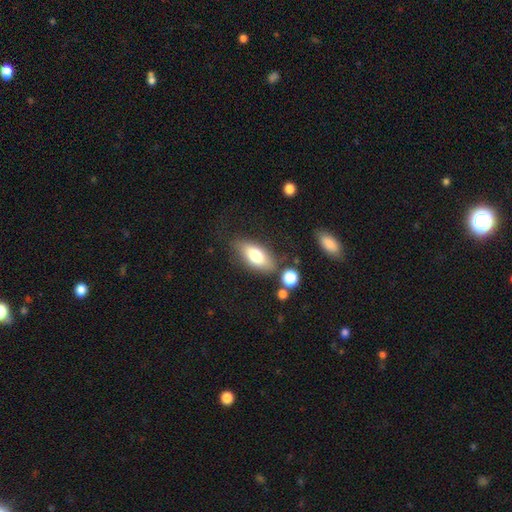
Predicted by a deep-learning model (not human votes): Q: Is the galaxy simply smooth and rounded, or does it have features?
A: smooth — 74%.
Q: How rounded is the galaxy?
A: in between — 83%.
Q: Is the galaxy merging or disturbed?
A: none — 72%.